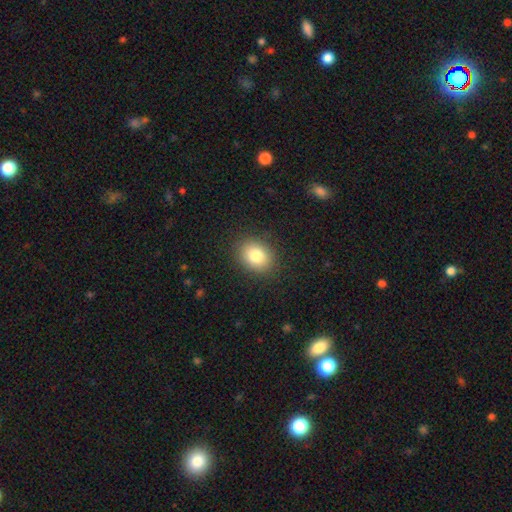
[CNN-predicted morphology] type=smooth (81%); roundness=in between (52%); merging=none (88%).